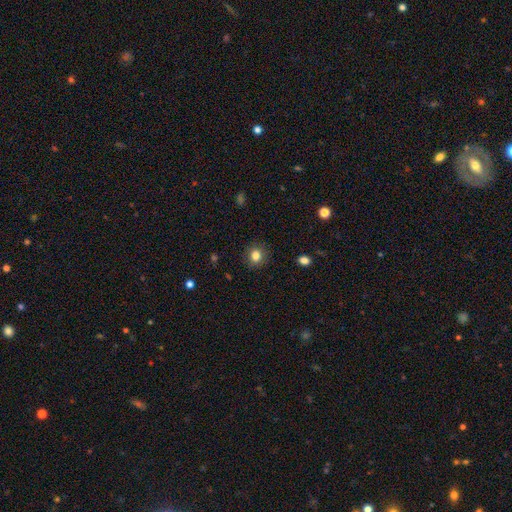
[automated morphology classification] smooth-or-featured: smooth: 83% | star or artifact: 11% | featured or disk: 6%
  how-rounded: round: 78% | in between: 21% | cigar-shaped: 1%
  merging: none: 88% | minor disturbance: 8% | major disturbance: 3% | merger: 1%